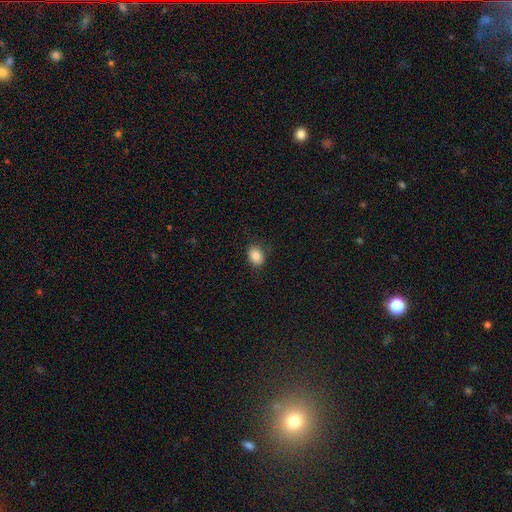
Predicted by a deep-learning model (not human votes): Smooth or featured: smooth — 85% (star or artifact — 9%)
How rounded: in between — 61% (round — 38%)
Merging: none — 84% (minor disturbance — 12%)